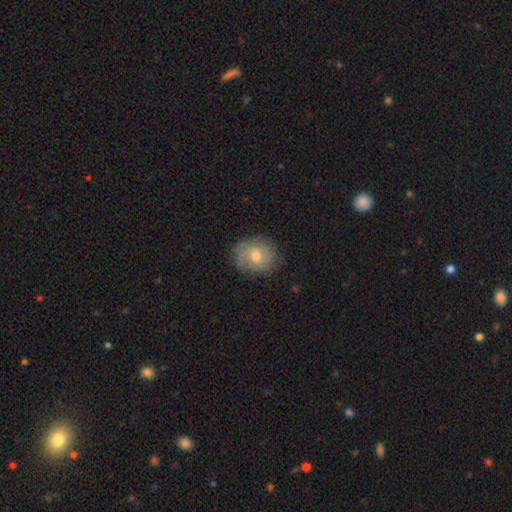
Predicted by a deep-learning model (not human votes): Smooth or featured: smooth — 60% (featured or disk — 32%)
How rounded: round — 70% (in between — 29%)
Merging: none — 80% (minor disturbance — 15%)